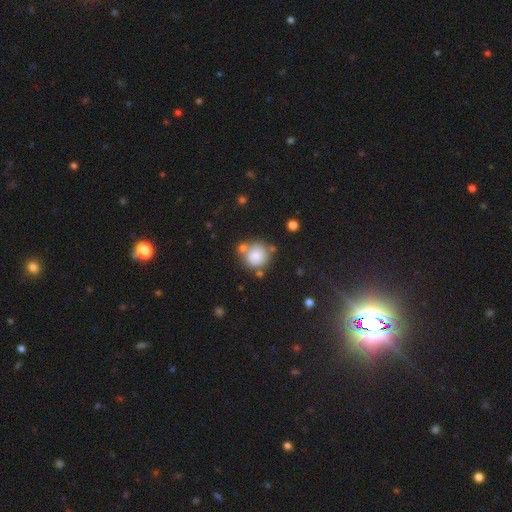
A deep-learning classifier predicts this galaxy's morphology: smooth_or_featured: smooth (p=0.80) [alt: featured or disk p=0.11]
how_rounded: round (p=0.89) [alt: in between p=0.10]
merging: none (p=0.61) [alt: merger p=0.21]